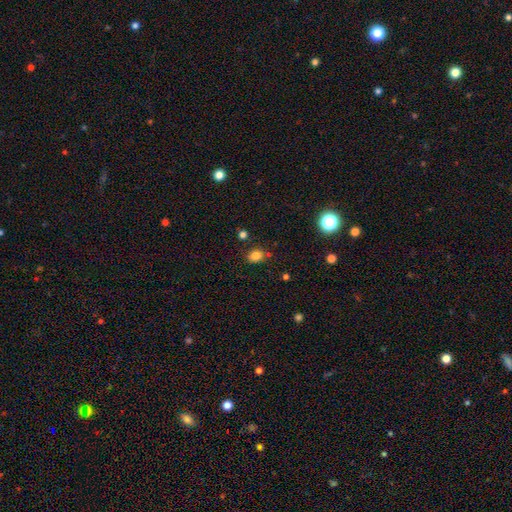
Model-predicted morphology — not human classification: This is clearly a smooth galaxy (81%). How rounded: likely in between (64%). Merging: likely none (77%).